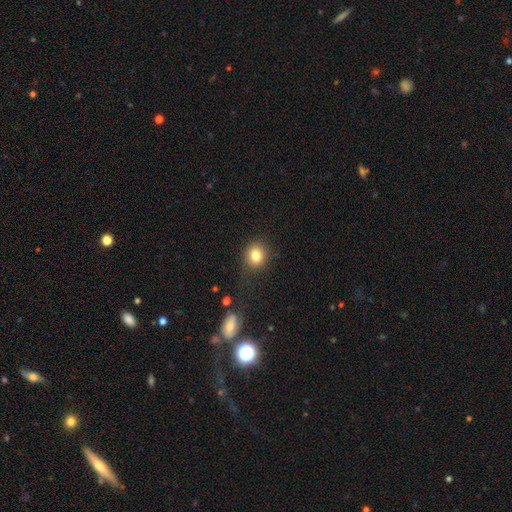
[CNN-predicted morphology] Smooth or featured? smooth (82%)
How rounded? round (75%)
Merging? none (81%)